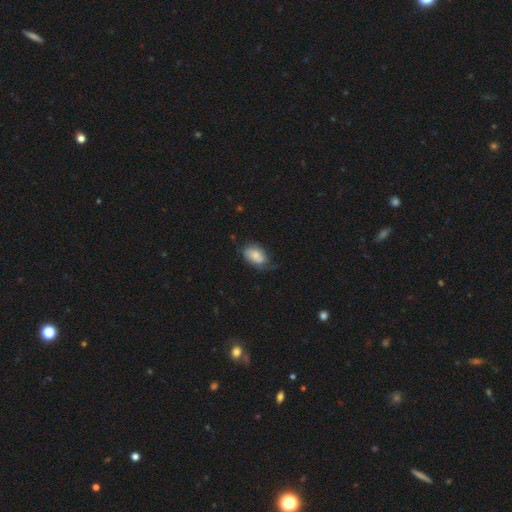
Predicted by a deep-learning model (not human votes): Smooth or featured? Predicted: smooth (p=0.71). How rounded? Predicted: in between (p=0.89). Merging? Predicted: none (p=0.49).